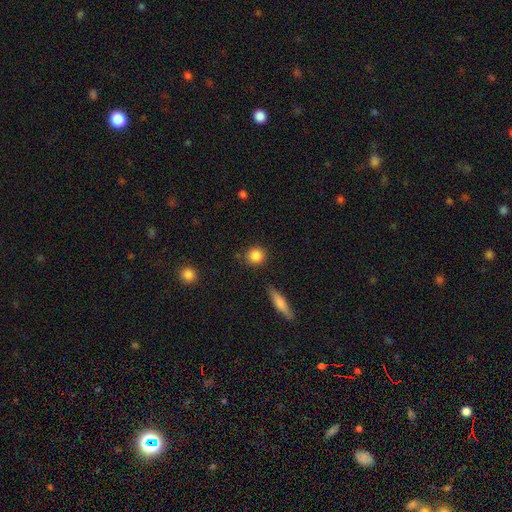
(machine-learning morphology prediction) This is clearly a smooth galaxy (86%). How rounded: clearly round (88%). Merging: clearly none (85%).